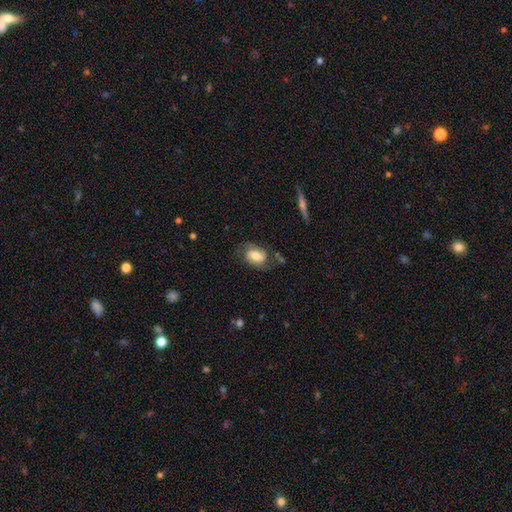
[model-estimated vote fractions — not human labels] A featured or disk galaxy (50%). Merging: none (63%).